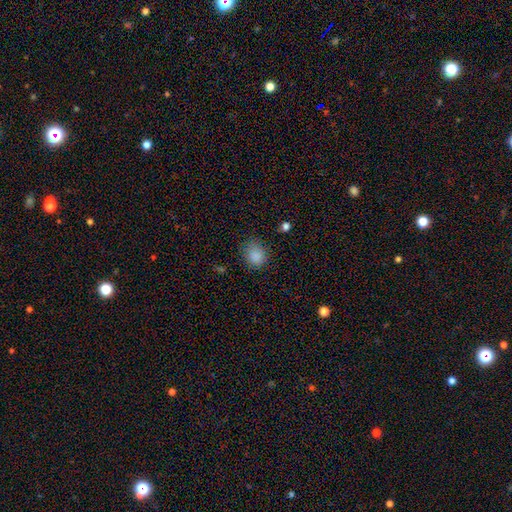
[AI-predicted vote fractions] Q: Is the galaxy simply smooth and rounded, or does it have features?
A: smooth — 86%.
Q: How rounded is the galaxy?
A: round — 72%.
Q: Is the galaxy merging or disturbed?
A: none — 77%.